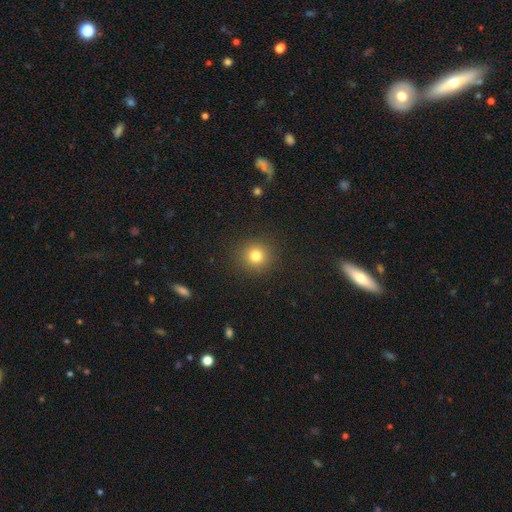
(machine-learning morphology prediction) Smooth or featured: smooth — 79% (star or artifact — 14%)
How rounded: round — 93% (in between — 6%)
Merging: none — 91% (minor disturbance — 6%)